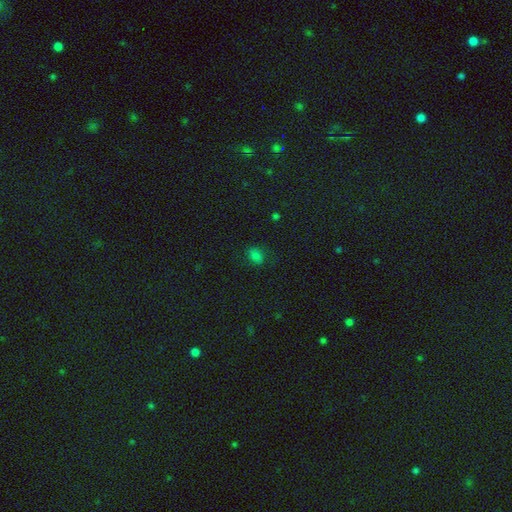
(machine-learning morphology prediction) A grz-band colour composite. It shows a smooth galaxy with no disk features (75%) that is in between round and cigar-shaped (72%). Merging: none (77%).